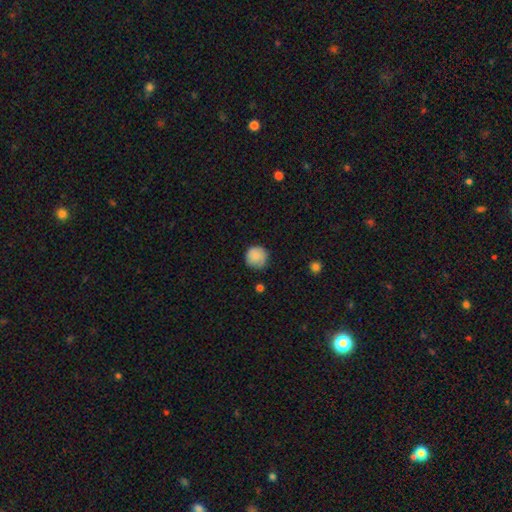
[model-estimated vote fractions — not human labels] This is clearly a smooth galaxy (82%). How rounded: clearly round (93%). Merging: likely none (76%).